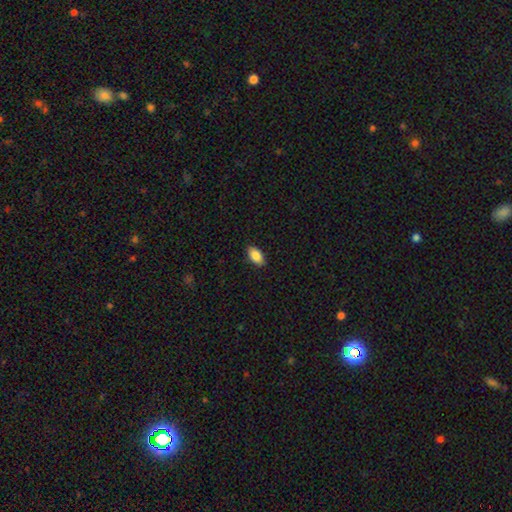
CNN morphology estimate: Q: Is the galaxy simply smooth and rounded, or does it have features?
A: smooth — 85%.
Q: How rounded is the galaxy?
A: in between — 92%.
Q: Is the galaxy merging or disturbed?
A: none — 89%.